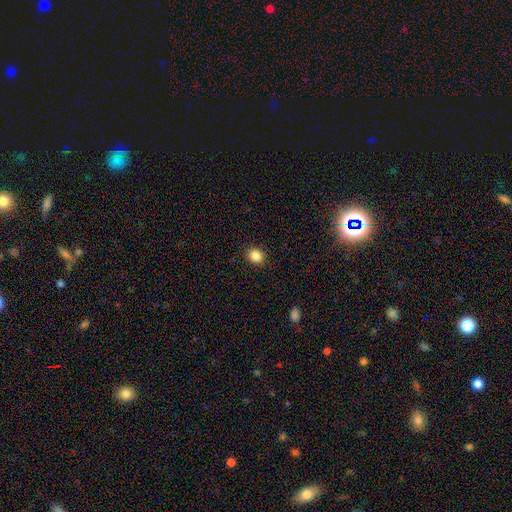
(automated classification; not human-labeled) A smooth galaxy with no disk features (86%) that is round (74%).

Vote fractions:
- Smooth or featured? smooth: 86% / star or artifact: 10% / featured or disk: 3%
- How rounded? round: 74% / in between: 25% / cigar-shaped: 1%
- Merging? none: 90% / minor disturbance: 7% / major disturbance: 2% / merger: 1%